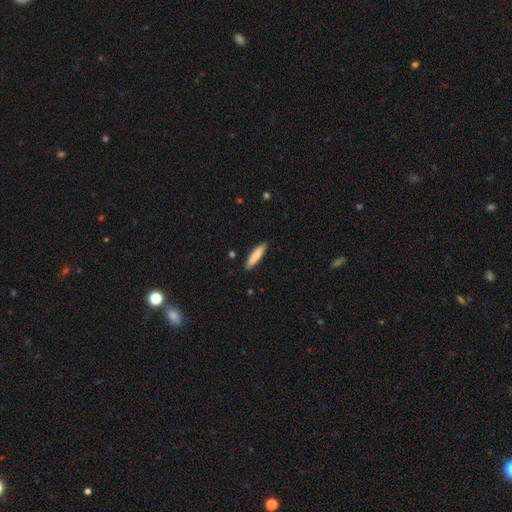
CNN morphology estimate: Smooth or featured?
  - smooth: 82% *
  - featured or disk: 13%
  - star or artifact: 5%
How rounded?
  - cigar-shaped: 82% *
  - in between: 17%
  - round: 1%
Merging?
  - none: 89% *
  - minor disturbance: 8%
  - major disturbance: 2%
  - merger: 1%